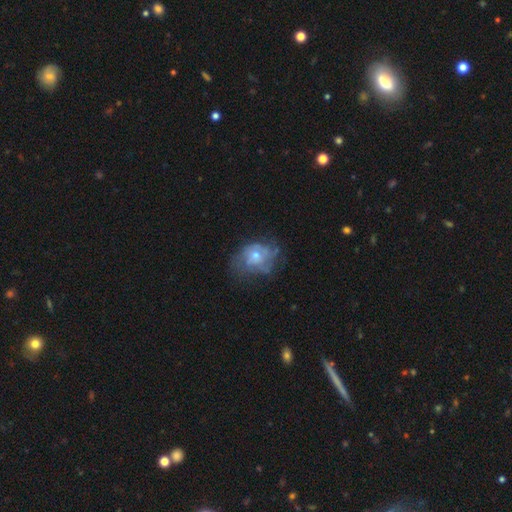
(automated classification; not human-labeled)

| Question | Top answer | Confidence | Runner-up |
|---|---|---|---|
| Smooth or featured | featured or disk | 61% | smooth (29%) |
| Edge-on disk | no | 97% | yes (3%) |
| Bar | no | 81% | weak (17%) |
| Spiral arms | yes | 66% | no (34%) |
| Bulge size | small | 49% | moderate (45%) |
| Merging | none | 53% | minor disturbance (26%) |